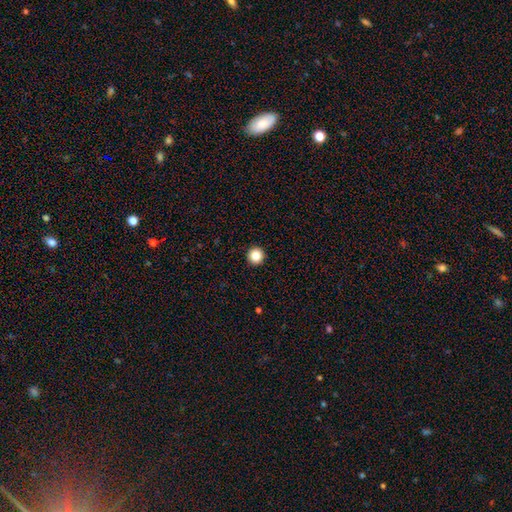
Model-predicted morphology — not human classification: A smooth galaxy with no disk features (86%) that is round (96%). Merging: none (94%).